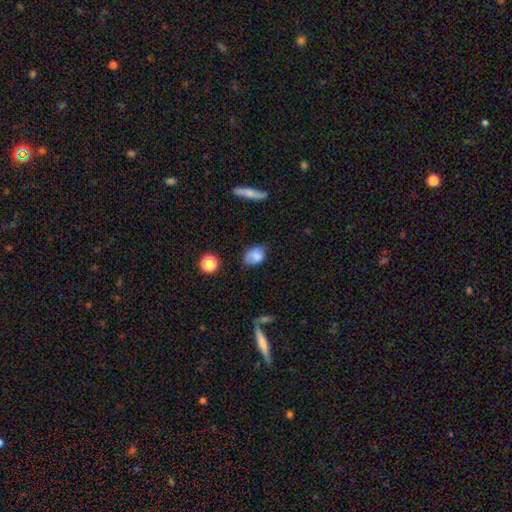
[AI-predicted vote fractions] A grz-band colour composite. It shows a smooth galaxy with no disk features (80%) that is in between round and cigar-shaped (80%). Merging: none (59%).